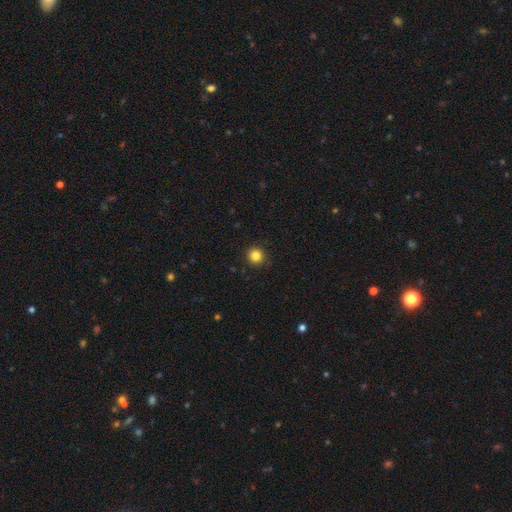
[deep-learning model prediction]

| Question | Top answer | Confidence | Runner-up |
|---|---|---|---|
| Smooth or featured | smooth | 84% | star or artifact (12%) |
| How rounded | round | 96% | in between (4%) |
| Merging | none | 92% | minor disturbance (5%) |